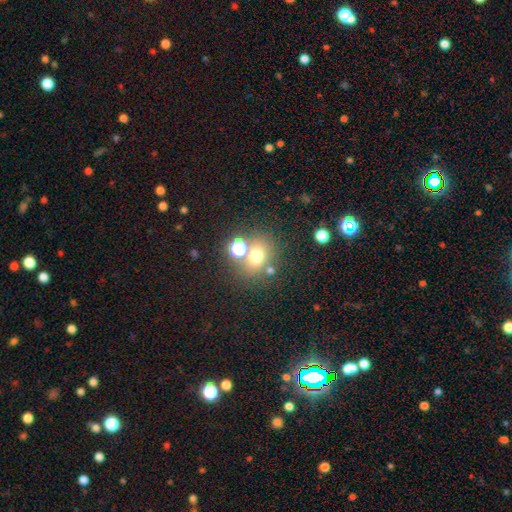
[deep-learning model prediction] A smooth galaxy with no disk features (65%) that is round (69%).

Vote fractions:
- Smooth or featured? smooth: 65% / star or artifact: 23% / featured or disk: 12%
- How rounded? round: 69% / in between: 30% / cigar-shaped: 1%
- Merging? none: 64% / merger: 20% / minor disturbance: 10% / major disturbance: 5%